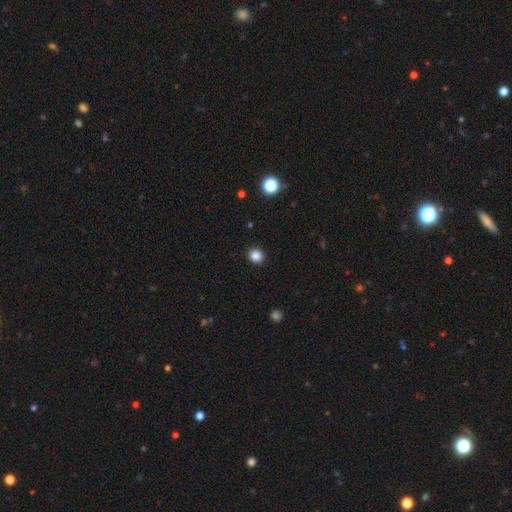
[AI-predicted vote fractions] Smooth or featured? Predicted: smooth (p=0.84). How rounded? Predicted: round (p=0.90). Merging? Predicted: none (p=0.93).